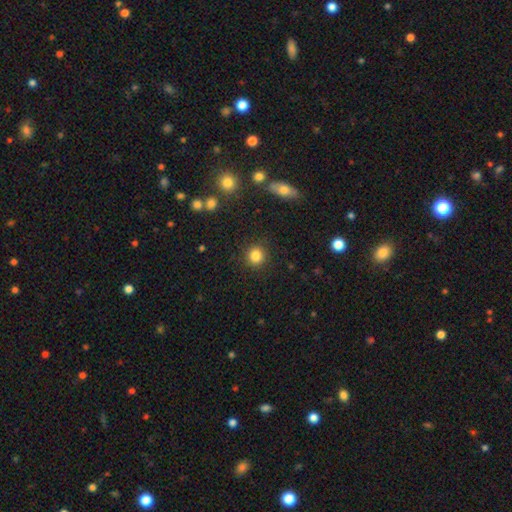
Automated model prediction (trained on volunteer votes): Q: Smooth or featured?
A: smooth (84%); runner-up: star or artifact (11%)
Q: How rounded?
A: round (90%); runner-up: in between (9%)
Q: Merging?
A: none (90%); runner-up: minor disturbance (6%)